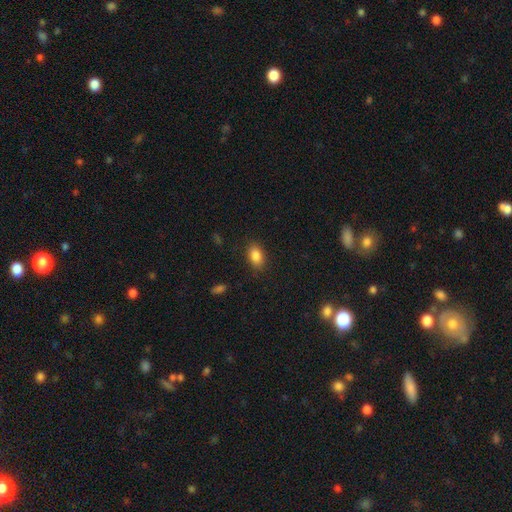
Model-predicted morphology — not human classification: Smooth or featured?
  - smooth: 86% *
  - star or artifact: 8%
  - featured or disk: 5%
How rounded?
  - in between: 86% *
  - round: 12%
  - cigar-shaped: 2%
Merging?
  - none: 86% *
  - minor disturbance: 10%
  - major disturbance: 3%
  - merger: 1%